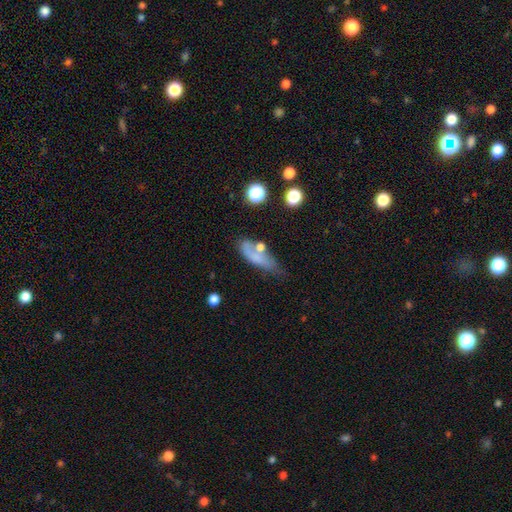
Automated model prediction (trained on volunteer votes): The model was most divided on "merging": none: 39%, minor disturbance: 25%, major disturbance: 18%, merger: 17%. More confident: smooth or featured — smooth (61%); how rounded — in between (61%).